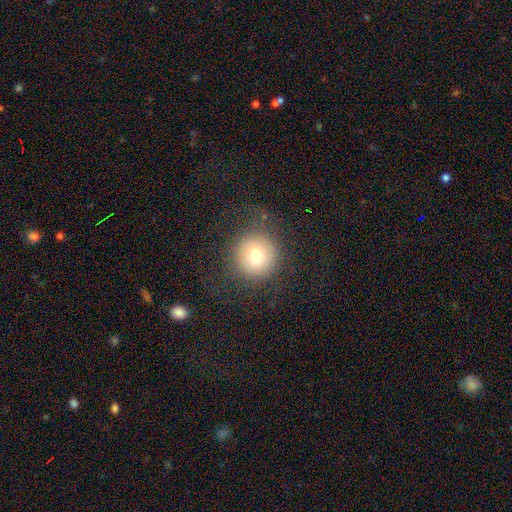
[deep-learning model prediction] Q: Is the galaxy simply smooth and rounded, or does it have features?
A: smooth — 72%.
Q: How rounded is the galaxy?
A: round — 94%.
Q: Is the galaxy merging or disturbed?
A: none — 82%.